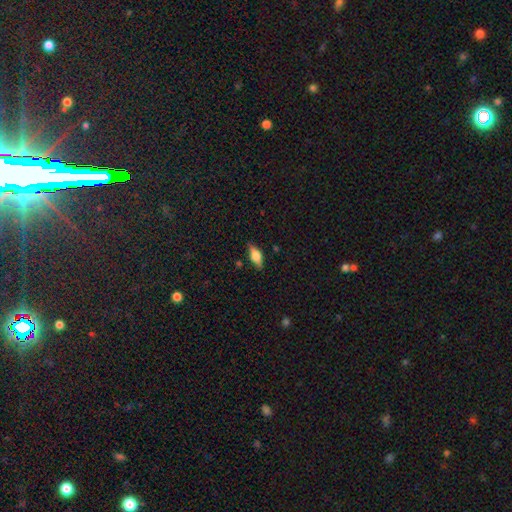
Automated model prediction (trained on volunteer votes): smooth-or-featured: smooth: 60% | featured or disk: 33% | star or artifact: 8%
  how-rounded: in between: 75% | cigar-shaped: 20% | round: 4%
  merging: none: 81% | minor disturbance: 14% | major disturbance: 3% | merger: 1%